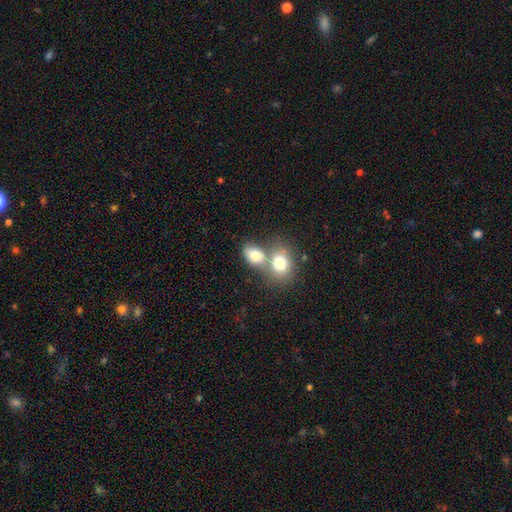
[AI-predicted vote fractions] This appears to be a smooth galaxy with no disk features (78%) that is in between round and cigar-shaped (69%). Merging: merger (58%).